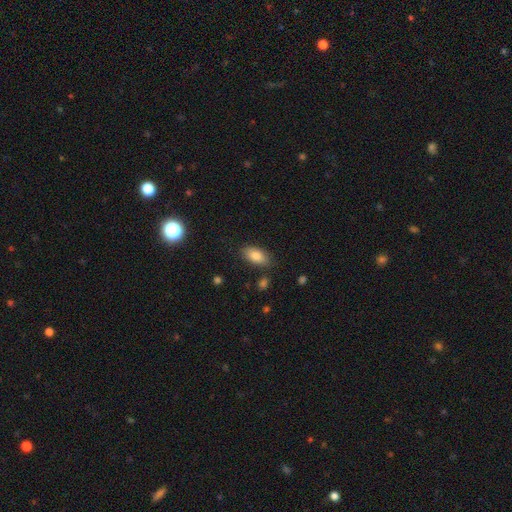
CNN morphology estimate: Q: Smooth or featured?
A: smooth (84%); runner-up: featured or disk (9%)
Q: How rounded?
A: in between (91%); runner-up: cigar-shaped (6%)
Q: Merging?
A: none (82%); runner-up: minor disturbance (12%)